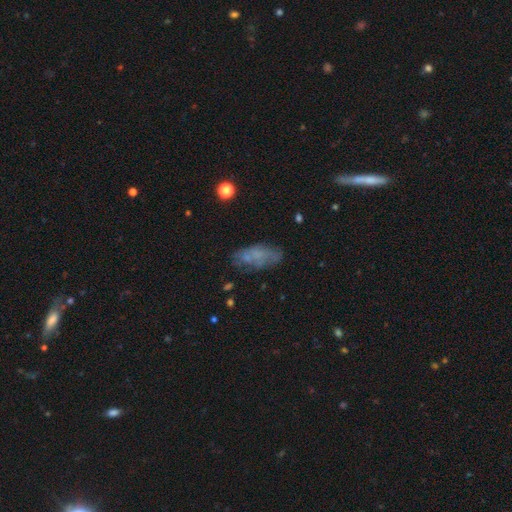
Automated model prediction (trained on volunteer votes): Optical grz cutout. It shows a smooth galaxy with no disk features (53%) that is in between round and cigar-shaped (81%). Merging: none (63%).